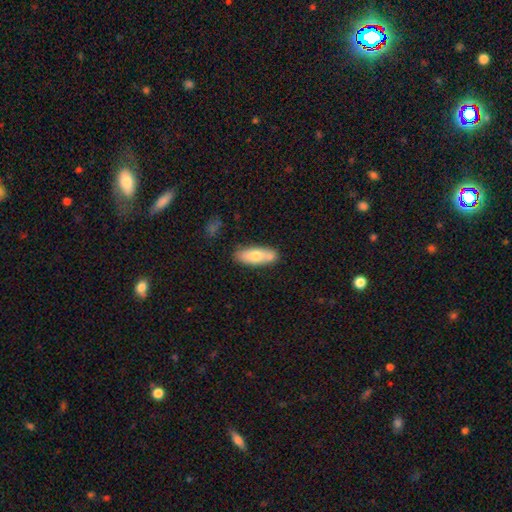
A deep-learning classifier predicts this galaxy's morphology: type=smooth (68%); roundness=in between (63%); merging=none (70%).